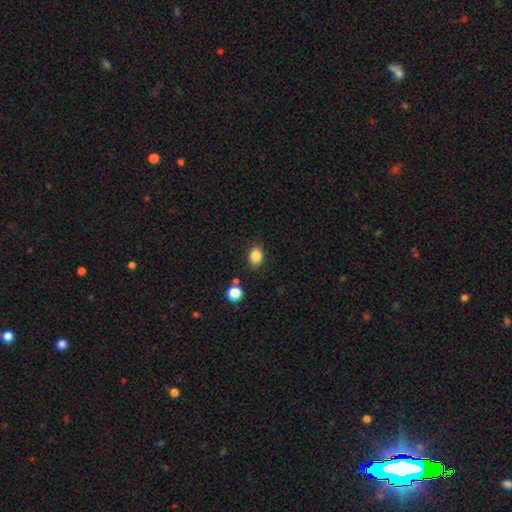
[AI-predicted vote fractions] smooth-or-featured: smooth: 85% | star or artifact: 10% | featured or disk: 5%
  how-rounded: in between: 60% | round: 39% | cigar-shaped: 1%
  merging: none: 81% | minor disturbance: 12% | merger: 4% | major disturbance: 3%